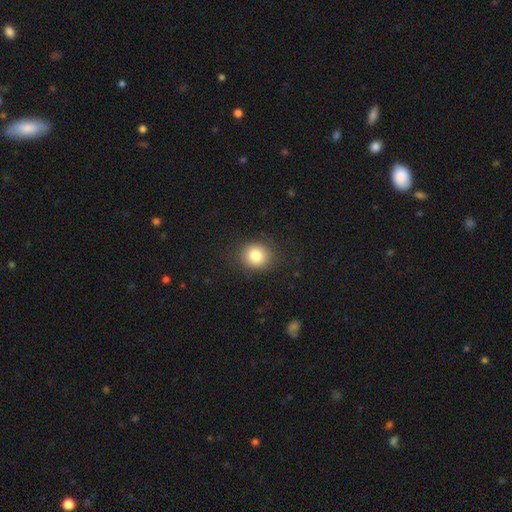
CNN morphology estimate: Smooth or featured?
  - smooth: 82% *
  - star or artifact: 10%
  - featured or disk: 8%
How rounded?
  - round: 84% *
  - in between: 15%
  - cigar-shaped: 1%
Merging?
  - none: 88% *
  - minor disturbance: 8%
  - major disturbance: 3%
  - merger: 1%